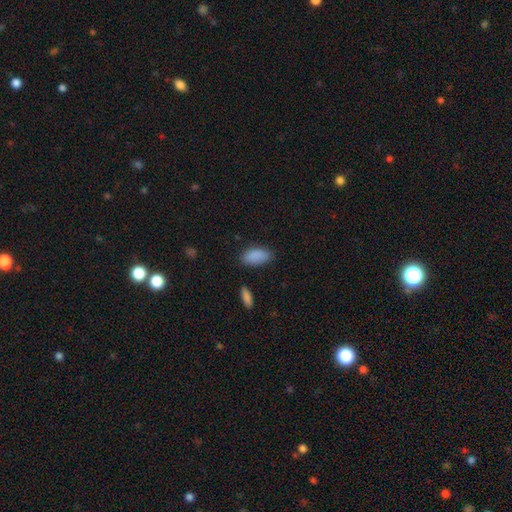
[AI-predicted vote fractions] Overall: smooth (89%). How rounded: in between (92%). Merging: none (79%).